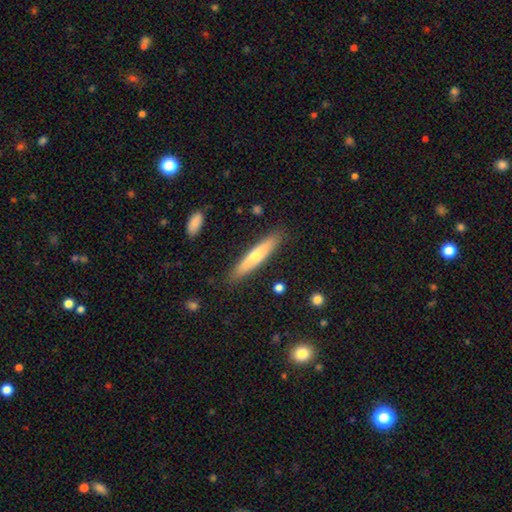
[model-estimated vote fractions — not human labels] smooth 57%, featured or disk 38%, star or artifact 6%. Down the decision tree: how rounded — cigar-shaped (88%); merging — none (88%).